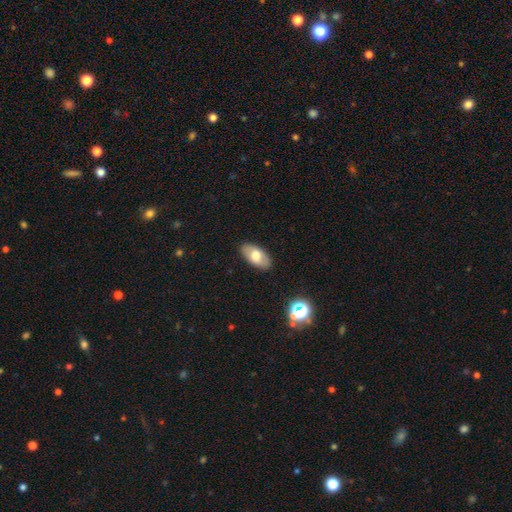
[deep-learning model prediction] Smooth or featured?
  - smooth: 67% *
  - featured or disk: 26%
  - star or artifact: 7%
How rounded?
  - in between: 94% *
  - round: 4%
  - cigar-shaped: 3%
Merging?
  - none: 86% *
  - minor disturbance: 10%
  - major disturbance: 2%
  - merger: 1%